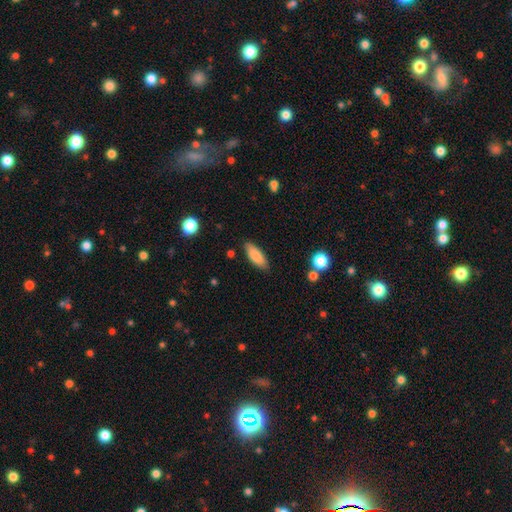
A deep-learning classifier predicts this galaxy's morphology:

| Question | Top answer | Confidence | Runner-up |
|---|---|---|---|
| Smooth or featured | smooth | 81% | featured or disk (13%) |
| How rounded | in between | 67% | cigar-shaped (31%) |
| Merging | none | 84% | minor disturbance (11%) |